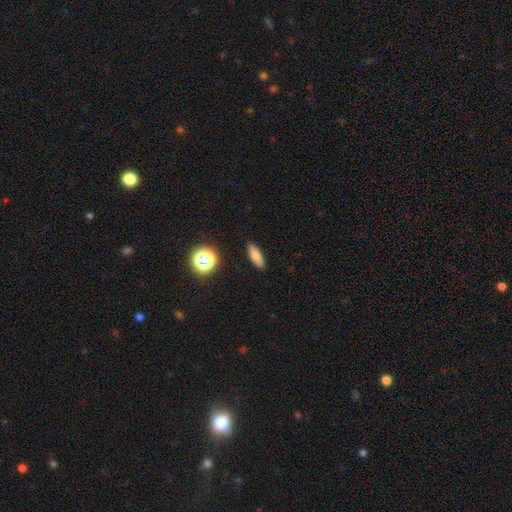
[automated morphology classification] smooth_or_featured: smooth (p=0.77) [alt: featured or disk p=0.12]
how_rounded: in between (p=0.54) [alt: cigar-shaped p=0.41]
merging: none (p=0.89) [alt: minor disturbance p=0.07]